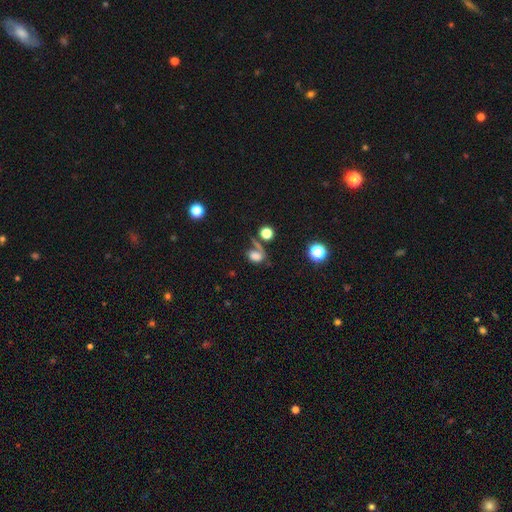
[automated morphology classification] smooth_or_featured: smooth (p=0.63) [alt: star or artifact p=0.20]
how_rounded: in between (p=0.66) [alt: round p=0.31]
merging: none (p=0.34) [alt: merger p=0.27]